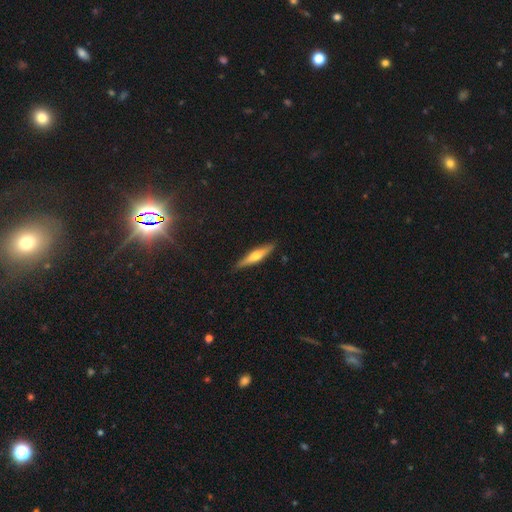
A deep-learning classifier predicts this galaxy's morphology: A featured or disk galaxy (51%) viewed edge-on (95%). Merging: none (89%).